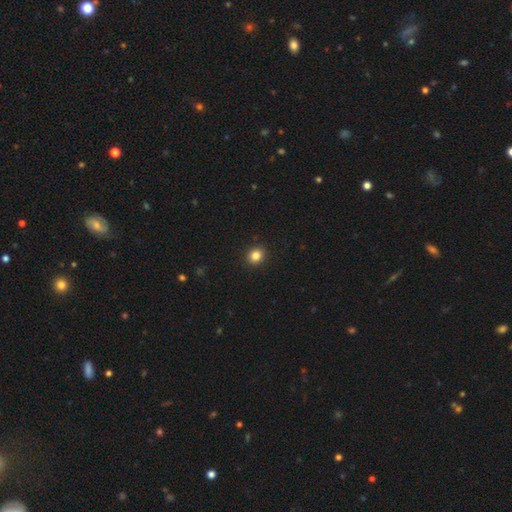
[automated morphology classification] smooth_or_featured: smooth (p=0.84) [alt: star or artifact p=0.11]
how_rounded: round (p=0.79) [alt: in between p=0.20]
merging: none (p=0.92) [alt: minor disturbance p=0.05]